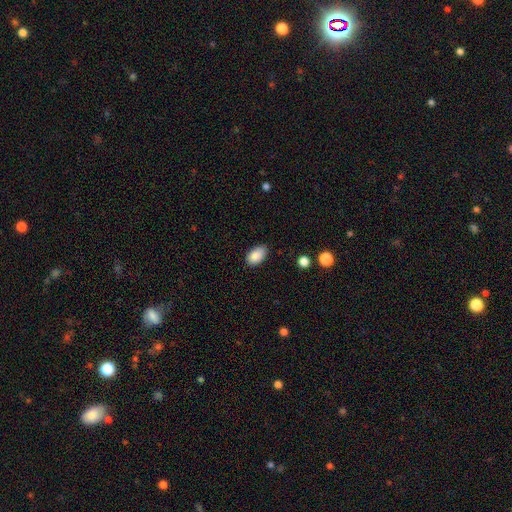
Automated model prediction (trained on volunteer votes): Smooth or featured?
  - smooth: 88% *
  - star or artifact: 7%
  - featured or disk: 5%
How rounded?
  - in between: 92% *
  - round: 6%
  - cigar-shaped: 1%
Merging?
  - none: 82% *
  - minor disturbance: 15%
  - major disturbance: 2%
  - merger: 1%